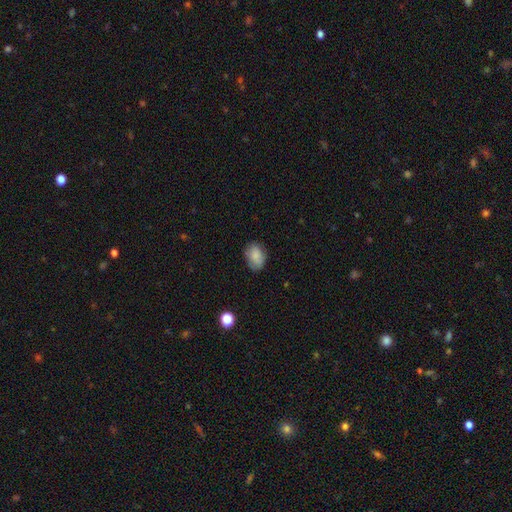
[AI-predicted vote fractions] Smooth or featured? smooth (84%)
How rounded? in between (74%)
Merging? none (77%)